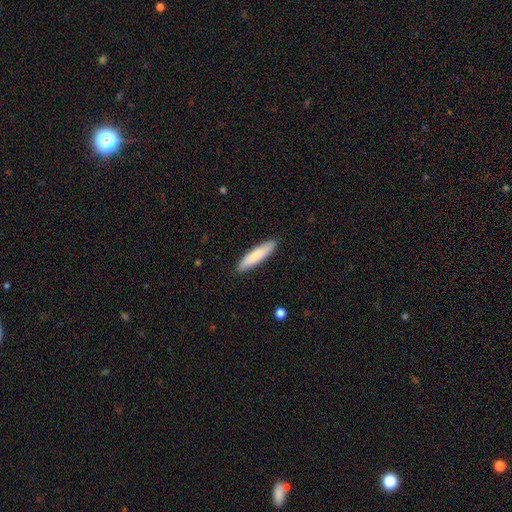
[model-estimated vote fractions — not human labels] Q: Smooth or featured?
A: smooth (81%); runner-up: featured or disk (14%)
Q: How rounded?
A: cigar-shaped (80%); runner-up: in between (19%)
Q: Merging?
A: none (90%); runner-up: minor disturbance (8%)